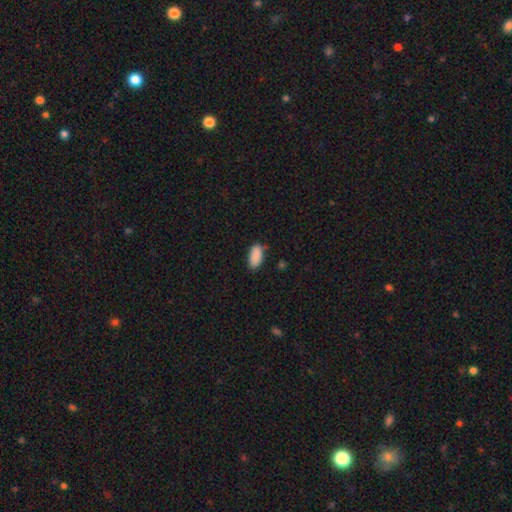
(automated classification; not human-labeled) Overall: smooth (90%). How rounded: in between (92%). Merging: none (82%).